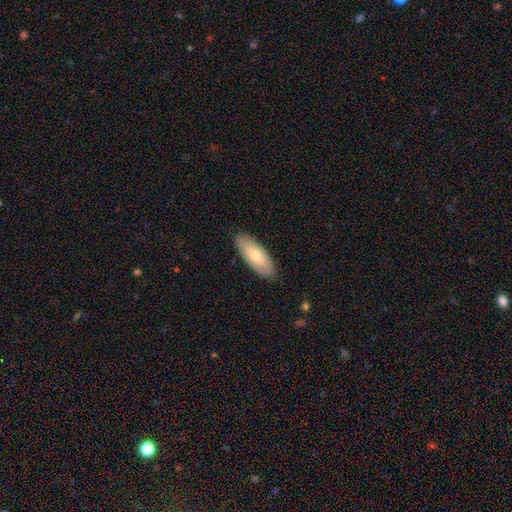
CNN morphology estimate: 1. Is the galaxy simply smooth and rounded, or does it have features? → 68% smooth, 26% featured or disk, 5% star or artifact.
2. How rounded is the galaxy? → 79% in between, 19% cigar-shaped, 2% round.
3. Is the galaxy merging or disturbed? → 86% none, 11% minor disturbance, 2% major disturbance, 1% merger.